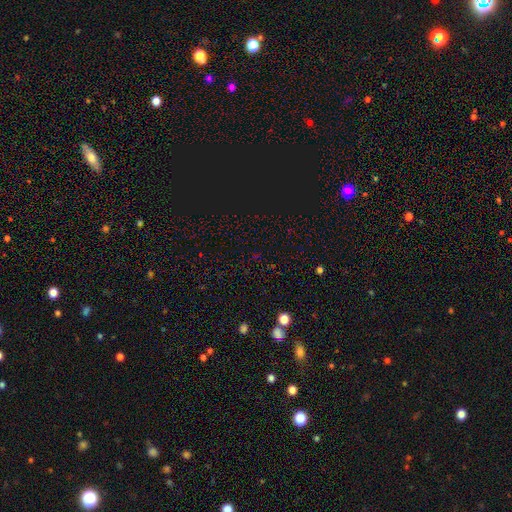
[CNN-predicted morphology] type=star or artifact (66%).